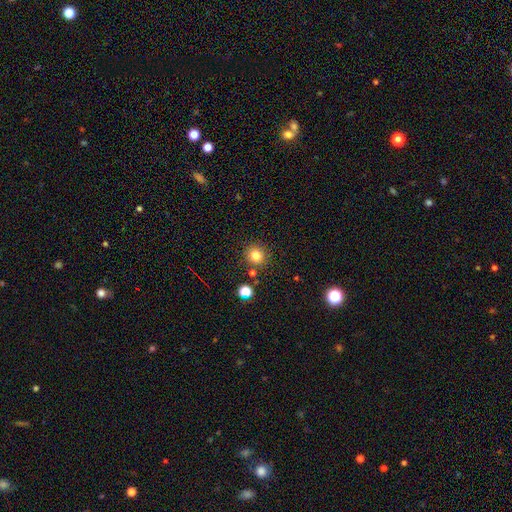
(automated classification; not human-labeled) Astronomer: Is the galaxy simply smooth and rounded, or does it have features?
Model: smooth — 80%.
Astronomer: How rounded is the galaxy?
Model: round — 92%.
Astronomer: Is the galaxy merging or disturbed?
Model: none — 85%.